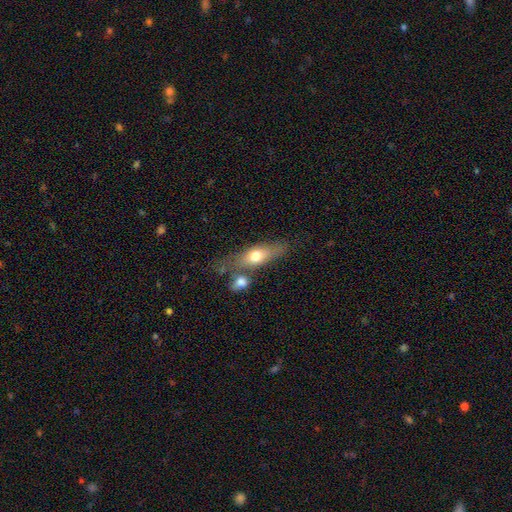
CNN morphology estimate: Q: Smooth or featured?
A: smooth (60%); runner-up: featured or disk (33%)
Q: How rounded?
A: in between (55%); runner-up: cigar-shaped (40%)
Q: Merging?
A: none (52%); runner-up: merger (26%)